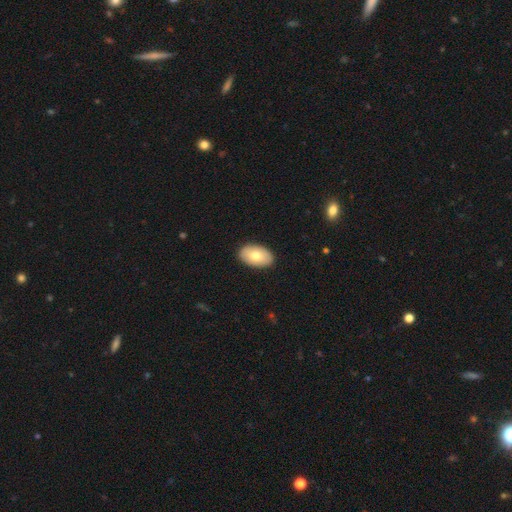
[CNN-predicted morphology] A smooth galaxy with no disk features (73%) that is in between round and cigar-shaped (93%). Merging: none (90%).